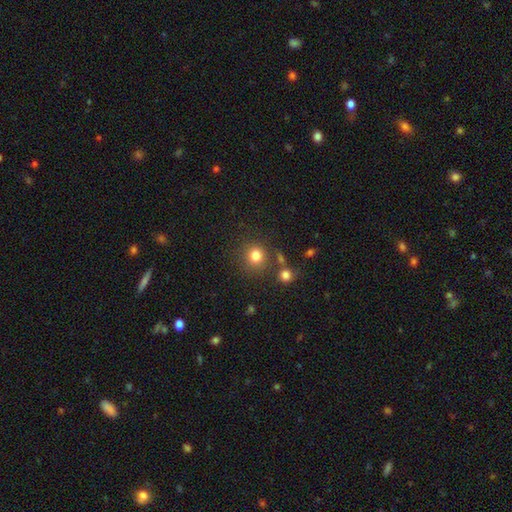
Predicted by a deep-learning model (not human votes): The model was most divided on "smooth or featured": smooth: 81%, star or artifact: 13%, featured or disk: 6%. More confident: how rounded — round (89%); merging — none (79%).